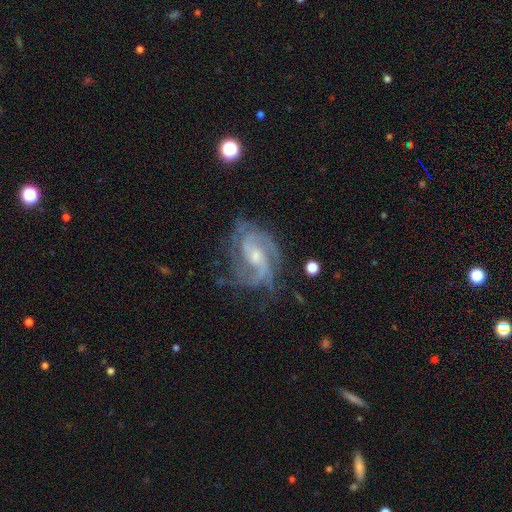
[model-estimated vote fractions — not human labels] Smooth or featured? featured or disk (91%)
Edge-on disk? no (98%)
Bar? weak (46%)
Spiral arms? yes (98%)
Spiral winding? medium (49%)
Spiral arm count? 2 (47%)
Bulge size? small (54%)
Merging? none (66%)